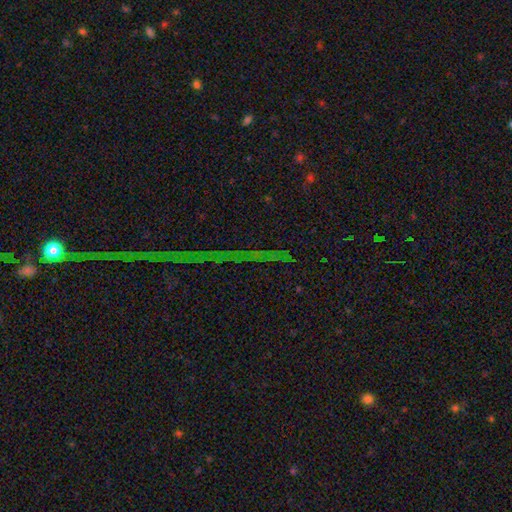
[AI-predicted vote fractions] smooth_or_featured: star or artifact (p=0.83) [alt: featured or disk p=0.08]